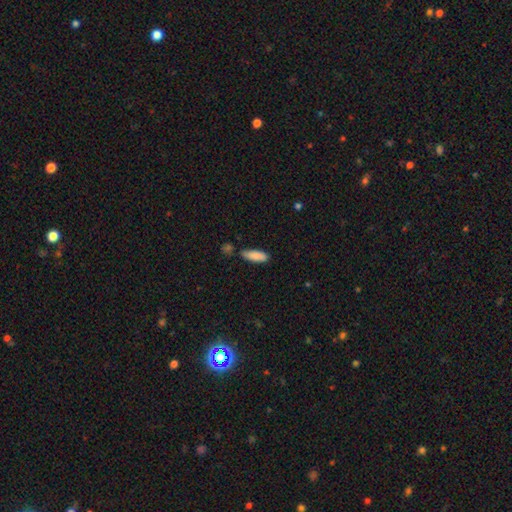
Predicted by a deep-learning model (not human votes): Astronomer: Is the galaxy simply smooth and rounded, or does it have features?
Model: smooth — 87%.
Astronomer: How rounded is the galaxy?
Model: in between — 54% (runner-up: cigar-shaped, 45%).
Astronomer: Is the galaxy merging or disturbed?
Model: none — 71%.